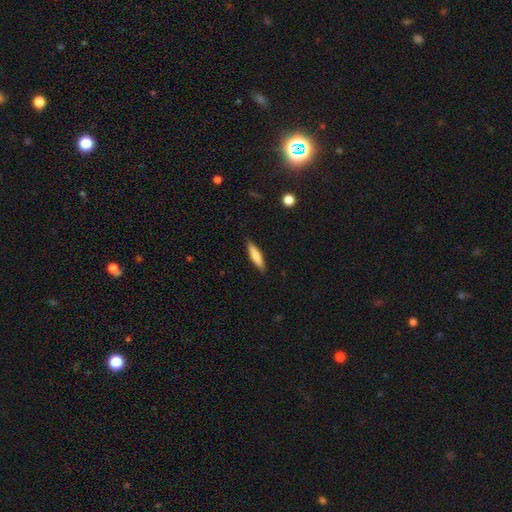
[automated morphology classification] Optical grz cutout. It shows a smooth galaxy with no disk features (74%) that is cigar-shaped (83%). Merging: none (88%).